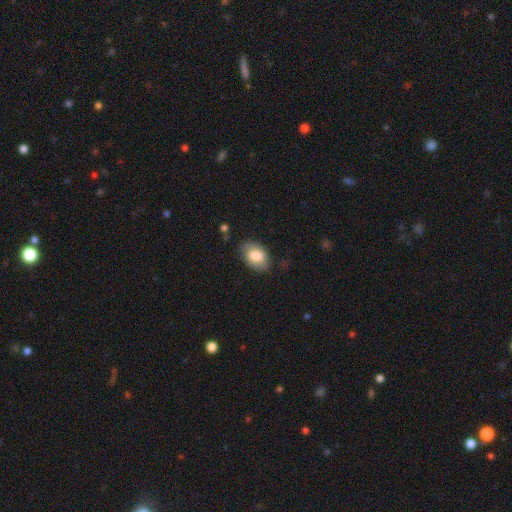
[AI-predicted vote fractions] Morphology: type=smooth (80%); roundness=in between (87%); merging=none (79%).